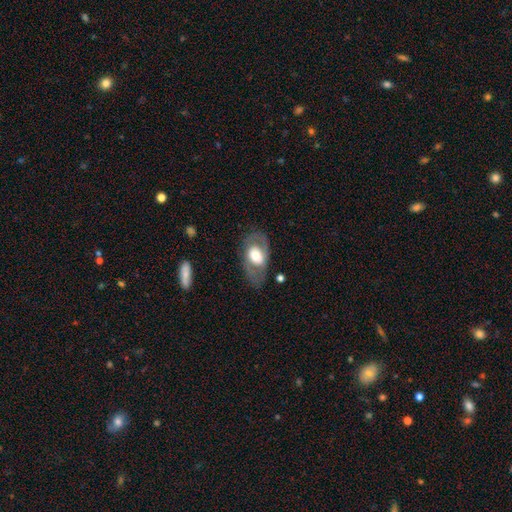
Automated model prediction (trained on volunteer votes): This is possibly a featured or disk galaxy (53%). It is clearly not viewed edge-on (90%). Merging: likely none (70%).